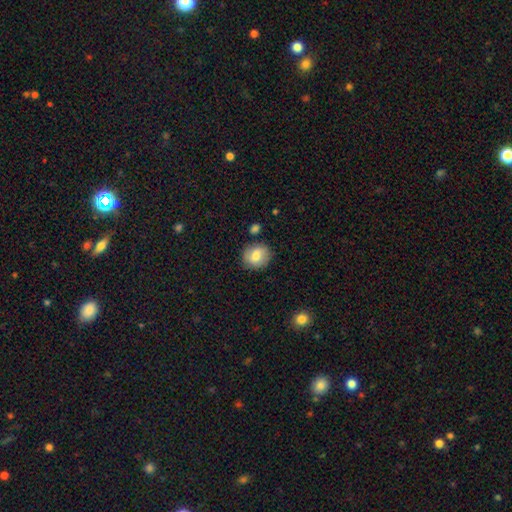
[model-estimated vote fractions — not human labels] A smooth galaxy with no disk features (76%) that is round (79%).

Vote fractions:
- Smooth or featured? smooth: 76% / featured or disk: 16% / star or artifact: 8%
- How rounded? round: 79% / in between: 20% / cigar-shaped: 1%
- Merging? none: 81% / minor disturbance: 12% / merger: 3% / major disturbance: 3%